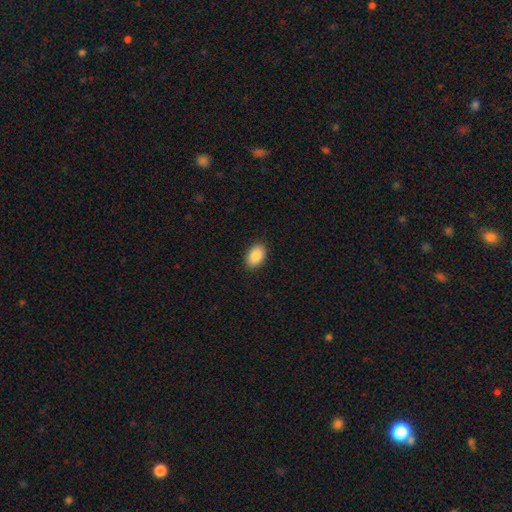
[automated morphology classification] A smooth galaxy with no disk features (89%) that is in between round and cigar-shaped (90%). Merging: none (90%).